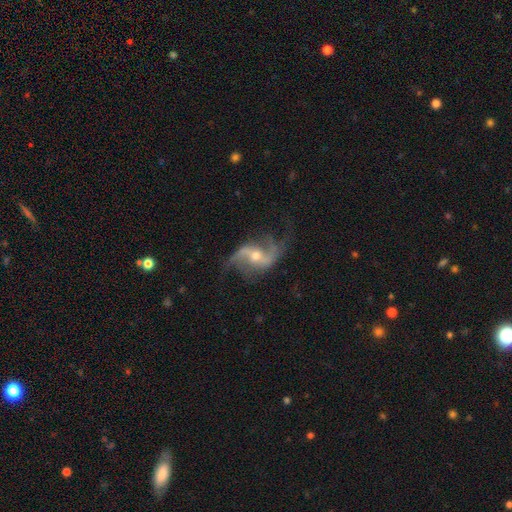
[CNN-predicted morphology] Smooth or featured? Predicted: featured or disk (p=0.89). Edge-on disk? Predicted: no (p=0.96). Bar? Predicted: weak (p=0.38). Spiral arms? Predicted: yes (p=0.97). Spiral winding? Predicted: loose (p=0.78). Spiral arm count? Predicted: 2 (p=0.91). Bulge size? Predicted: moderate (p=0.53). Merging? Predicted: none (p=0.72).